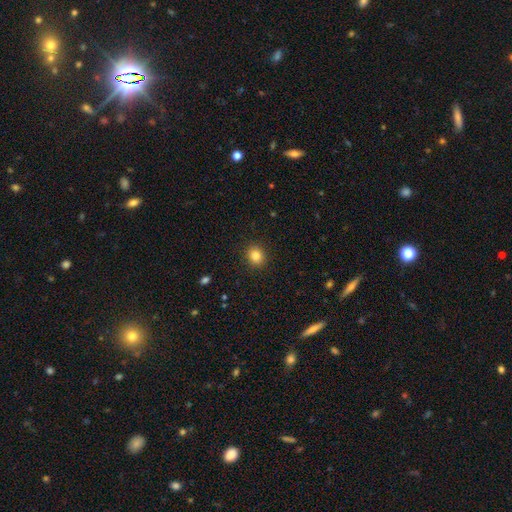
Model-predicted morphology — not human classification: This is clearly a smooth galaxy (84%). How rounded: likely round (75%). Merging: clearly none (91%).